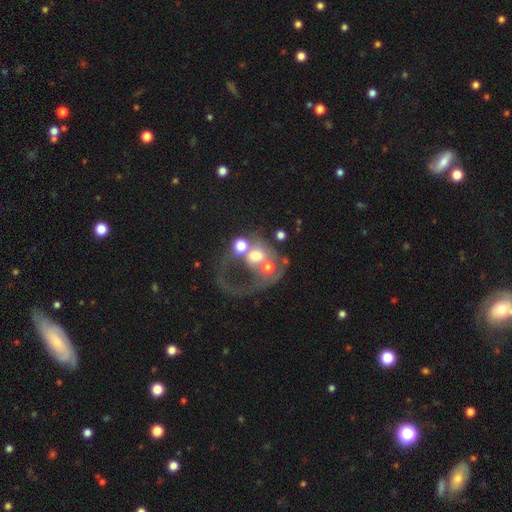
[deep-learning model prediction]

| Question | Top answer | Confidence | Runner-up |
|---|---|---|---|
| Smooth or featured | featured or disk | 44% | smooth (42%) |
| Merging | merger | 44% | major disturbance (26%) |